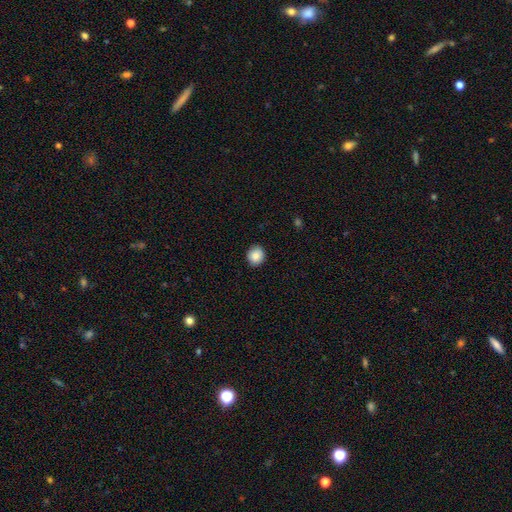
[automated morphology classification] Smooth or featured: smooth — 88% (star or artifact — 8%)
How rounded: round — 80% (in between — 19%)
Merging: none — 90% (minor disturbance — 7%)